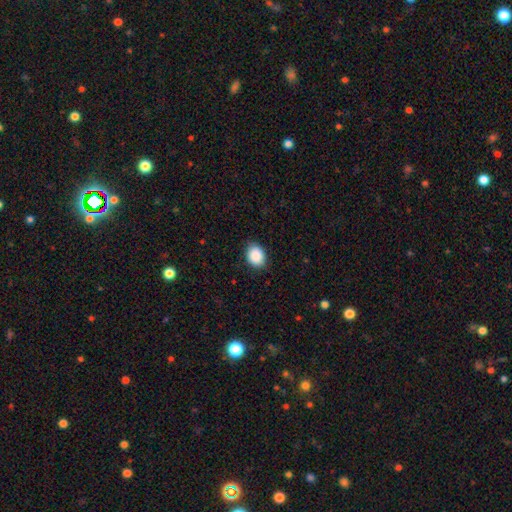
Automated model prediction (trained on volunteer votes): The model was most divided on "how rounded": in between: 57%, round: 42%, cigar-shaped: 1%. More confident: smooth or featured — smooth (89%); merging — none (84%).